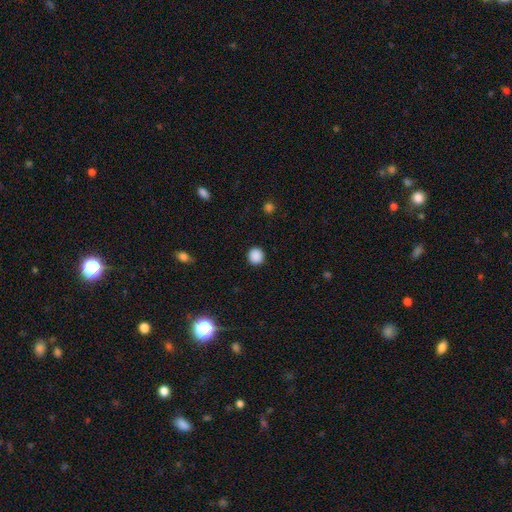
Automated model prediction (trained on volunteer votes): A smooth galaxy with no disk features (88%) that is round (93%).

Vote fractions:
- Smooth or featured? smooth: 88% / star or artifact: 10% / featured or disk: 2%
- How rounded? round: 93% / in between: 6% / cigar-shaped: 1%
- Merging? none: 91% / minor disturbance: 6% / major disturbance: 2% / merger: 1%